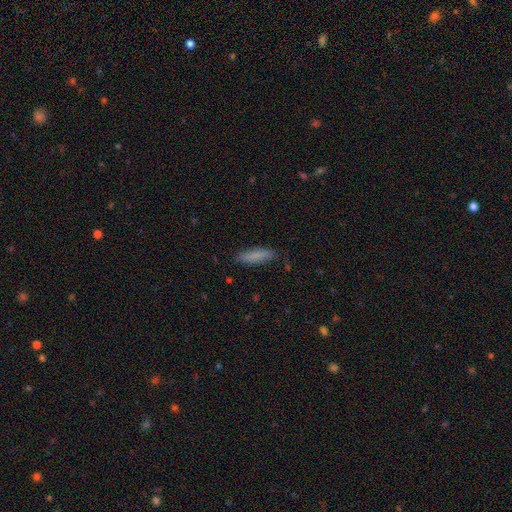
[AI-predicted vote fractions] Smooth or featured? smooth (84%)
How rounded? cigar-shaped (72%)
Merging? none (83%)